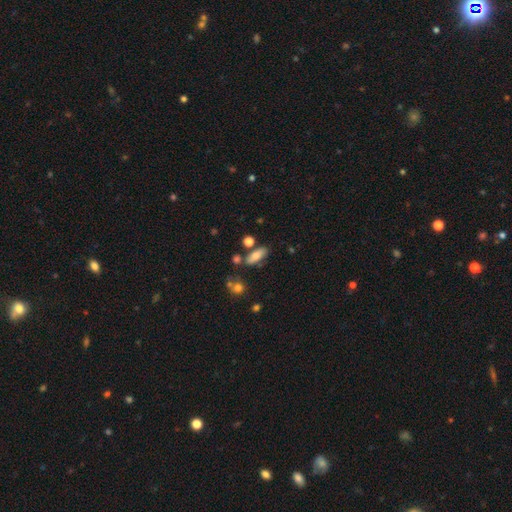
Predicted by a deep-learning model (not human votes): Smooth or featured? Predicted: smooth (p=0.75). How rounded? Predicted: in between (p=0.76). Merging? Predicted: none (p=0.69).